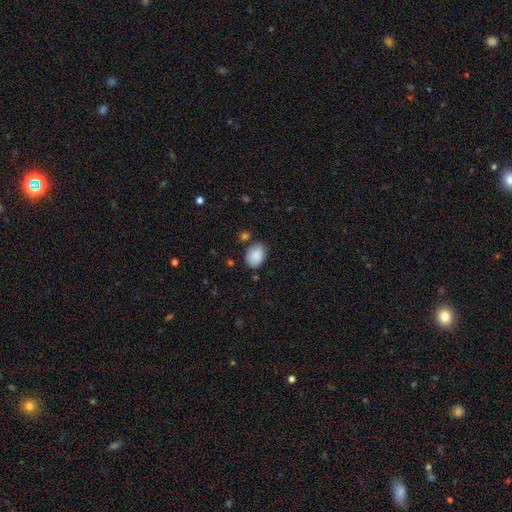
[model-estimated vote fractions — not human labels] This appears to be a smooth galaxy with no disk features (89%) that is in between round and cigar-shaped (73%). Merging: none (77%).